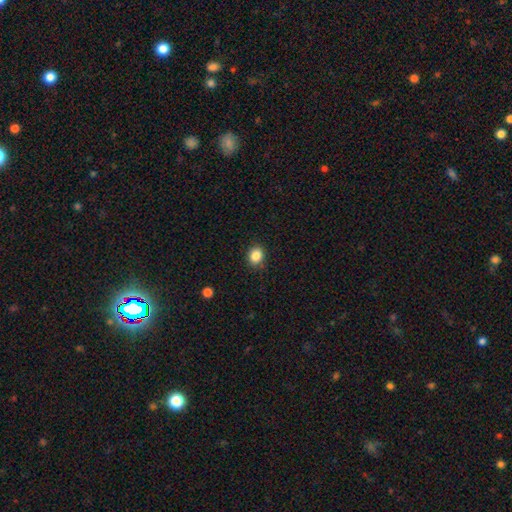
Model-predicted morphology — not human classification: Smooth or featured? Predicted: smooth (p=0.85). How rounded? Predicted: round (p=0.63). Merging? Predicted: none (p=0.88).